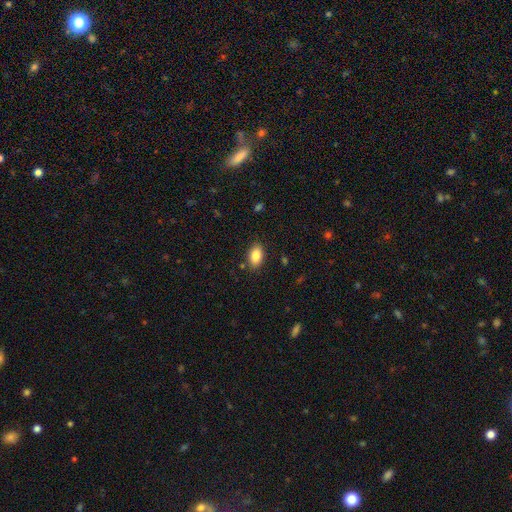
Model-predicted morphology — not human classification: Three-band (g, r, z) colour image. It shows a smooth galaxy with no disk features (87%) that is in between round and cigar-shaped (91%). Merging: none (85%).